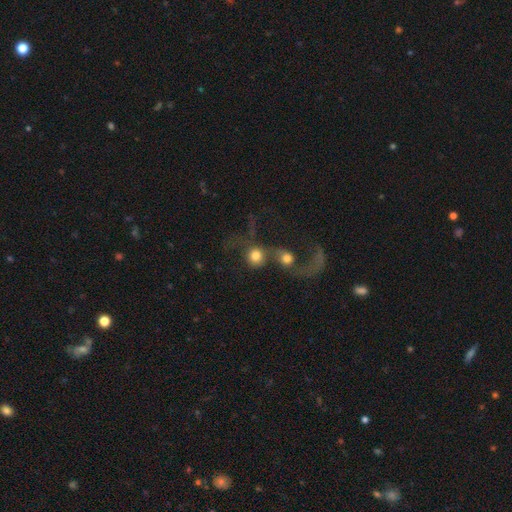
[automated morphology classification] The model was most divided on "smooth or featured": smooth: 67%, featured or disk: 23%, star or artifact: 10%. More confident: how rounded — round (85%); merging — merger (64%).